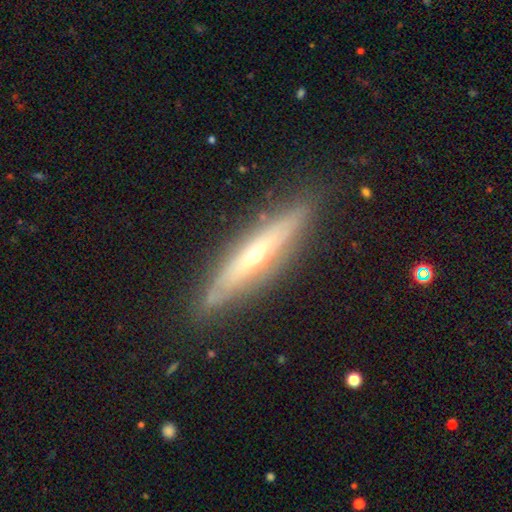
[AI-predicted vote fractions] Morphology: type=featured or disk (73%); edge-on=yes (87%); edge-on bulge=rounded (79%); merging=none (85%).